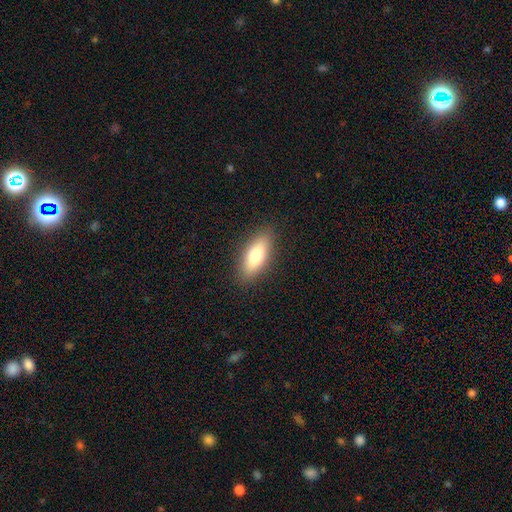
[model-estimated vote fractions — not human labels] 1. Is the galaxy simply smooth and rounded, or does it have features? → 74% smooth, 19% featured or disk, 7% star or artifact.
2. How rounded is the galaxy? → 64% in between, 33% cigar-shaped, 3% round.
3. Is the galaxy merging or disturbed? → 88% none, 9% minor disturbance, 2% major disturbance, 1% merger.